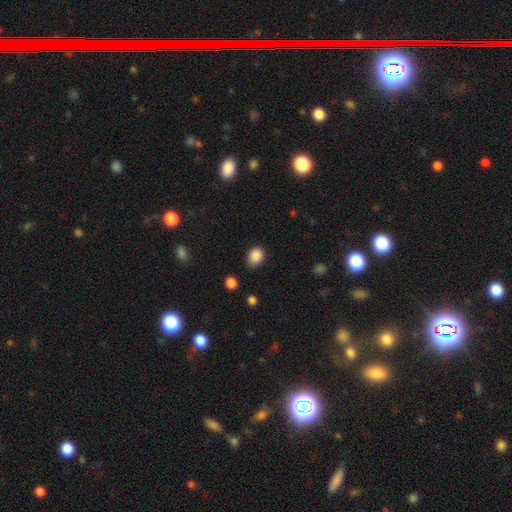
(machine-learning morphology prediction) Q: Smooth or featured?
A: smooth (88%); runner-up: star or artifact (9%)
Q: How rounded?
A: in between (64%); runner-up: round (35%)
Q: Merging?
A: none (72%); runner-up: minor disturbance (22%)